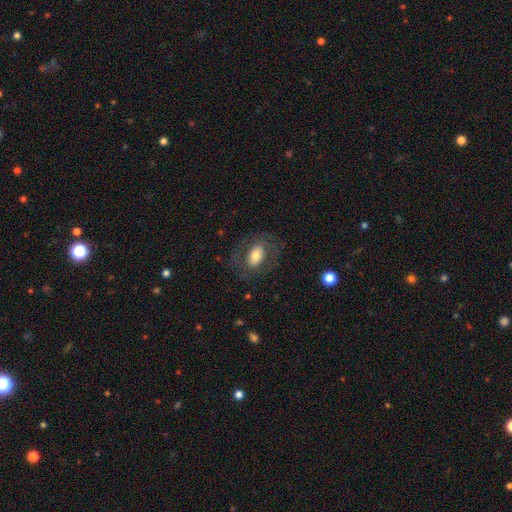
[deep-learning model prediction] The model was most divided on "smooth or featured": smooth: 60%, featured or disk: 32%, star or artifact: 8%. More confident: how rounded — in between (81%); merging — none (73%).